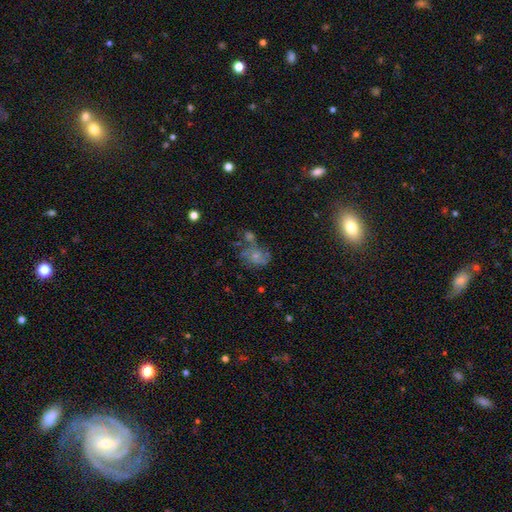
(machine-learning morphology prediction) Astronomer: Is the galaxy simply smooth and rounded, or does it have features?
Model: featured or disk — 44% (runner-up: smooth, 41%).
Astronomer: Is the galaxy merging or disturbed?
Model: none — 34% (runner-up: merger, 26%).